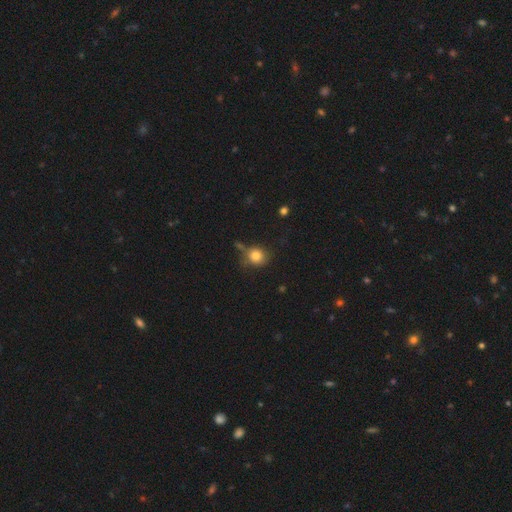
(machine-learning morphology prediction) Smooth or featured? Predicted: smooth (p=0.81). How rounded? Predicted: round (p=0.83). Merging? Predicted: none (p=0.64).